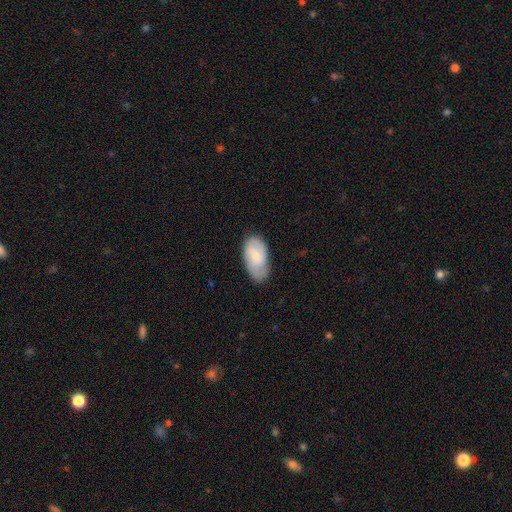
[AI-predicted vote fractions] A smooth galaxy with no disk features (71%) that is in between round and cigar-shaped (94%).

Vote fractions:
- Smooth or featured? smooth: 71% / featured or disk: 23% / star or artifact: 6%
- How rounded? in between: 94% / round: 3% / cigar-shaped: 2%
- Merging? none: 55% / minor disturbance: 35% / major disturbance: 8% / merger: 2%